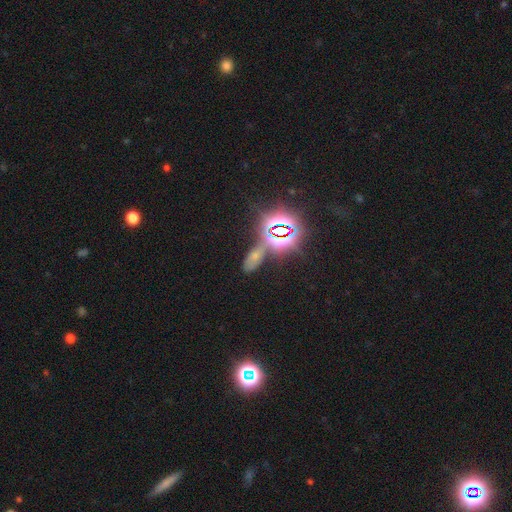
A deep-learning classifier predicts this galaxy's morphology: Q: Smooth or featured?
A: star or artifact (54%); runner-up: smooth (34%)